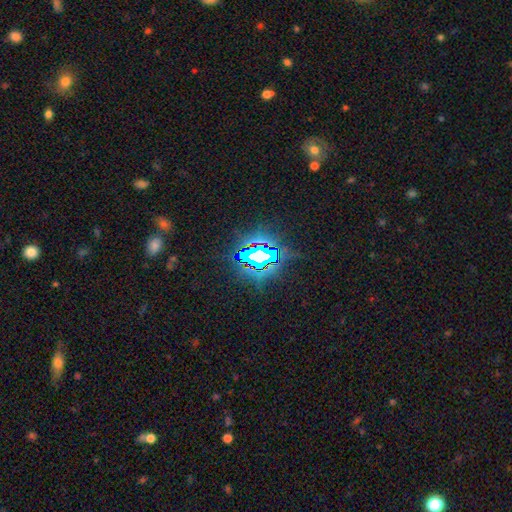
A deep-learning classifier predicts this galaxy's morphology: star or artifact 76%, smooth 13%, featured or disk 12%.